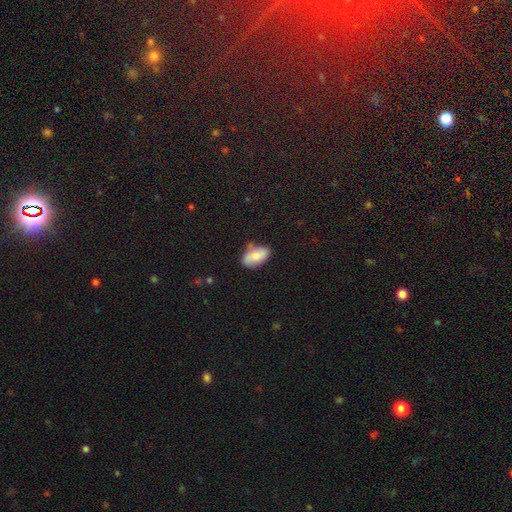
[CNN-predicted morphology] smooth 77%, featured or disk 16%, star or artifact 7%. Down the decision tree: how rounded — in between (93%); merging — none (67%).